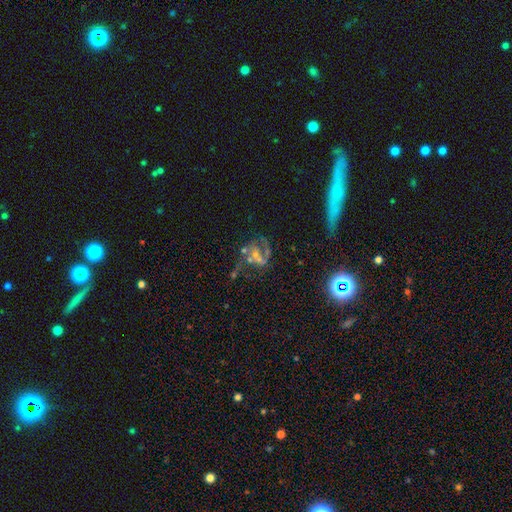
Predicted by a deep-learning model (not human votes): A featured or disk galaxy (67%) with no bar (47%), 2 (75%) medium (42%, tied with loose) spiral arms (81%) and a small central bulge (48%). Merging: none (43%).